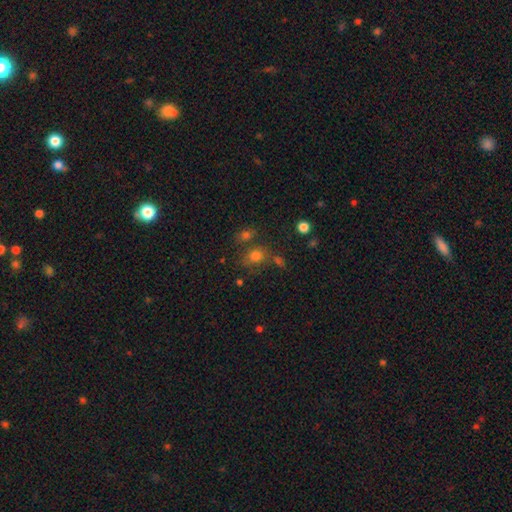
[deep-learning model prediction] smooth_or_featured: smooth (p=0.71) [alt: star or artifact p=0.18]
how_rounded: round (p=0.62) [alt: in between p=0.37]
merging: none (p=0.57) [alt: merger p=0.19]